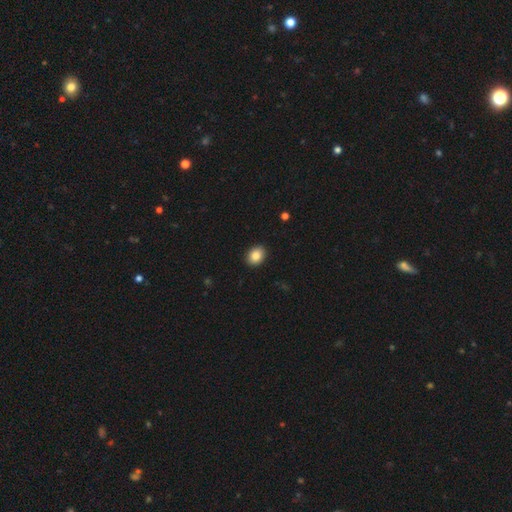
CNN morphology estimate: A smooth galaxy with no disk features (85%) that is in between round and cigar-shaped (58%). Merging: none (90%).